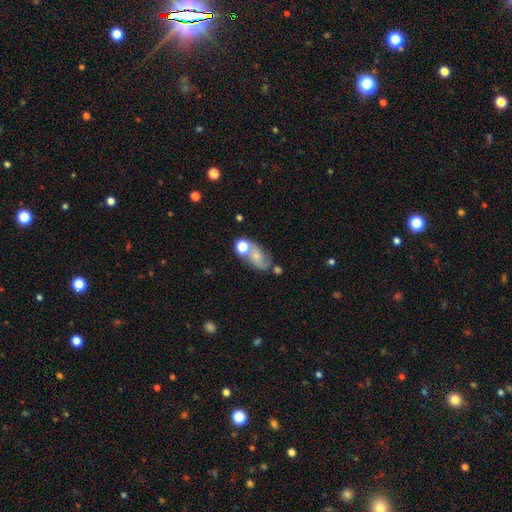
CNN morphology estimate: A featured or disk galaxy (48%).

Vote fractions:
- Smooth or featured? featured or disk: 48% / smooth: 40% / star or artifact: 12%
- Merging? none: 42% / merger: 26% / minor disturbance: 20% / major disturbance: 12%